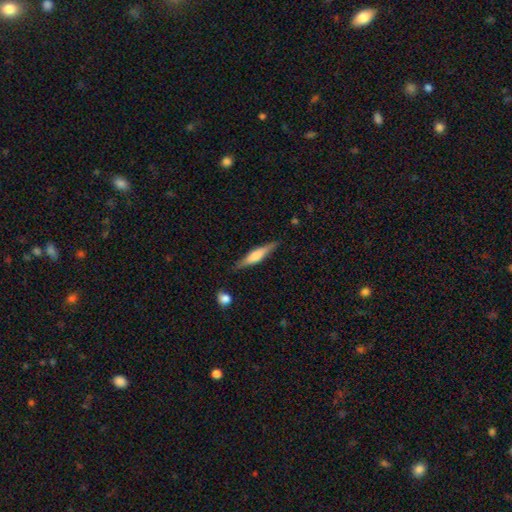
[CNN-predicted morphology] Smooth or featured? Predicted: featured or disk (p=0.48). Merging? Predicted: none (p=0.84).